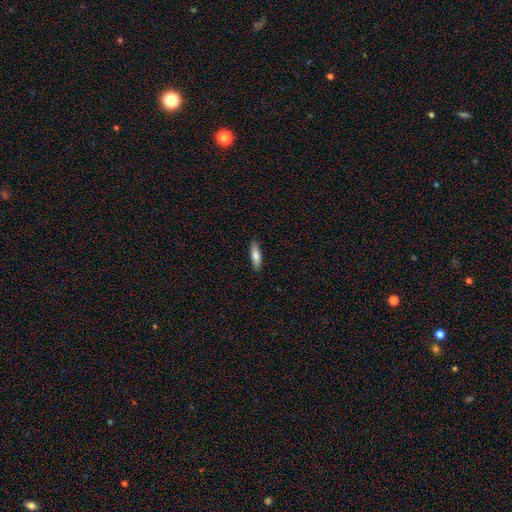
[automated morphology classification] This appears to be a smooth galaxy with no disk features (73%) that is cigar-shaped (61%). Merging: none (87%).